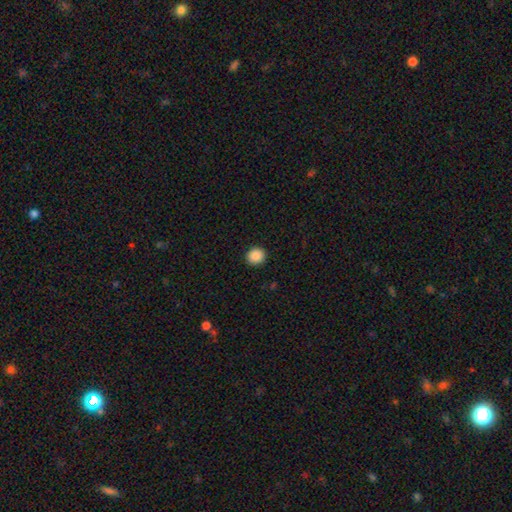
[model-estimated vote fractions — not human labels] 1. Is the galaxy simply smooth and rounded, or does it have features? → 88% smooth, 9% star or artifact, 3% featured or disk.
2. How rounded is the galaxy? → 91% round, 8% in between, 1% cigar-shaped.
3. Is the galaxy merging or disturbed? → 92% none, 5% minor disturbance, 2% major disturbance, 1% merger.